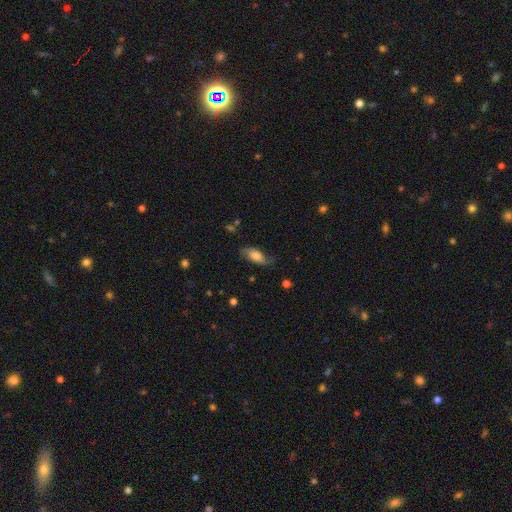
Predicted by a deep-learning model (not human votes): smooth 51%, featured or disk 40%, star or artifact 9%. Down the decision tree: how rounded — in between (83%); merging — none (65%).